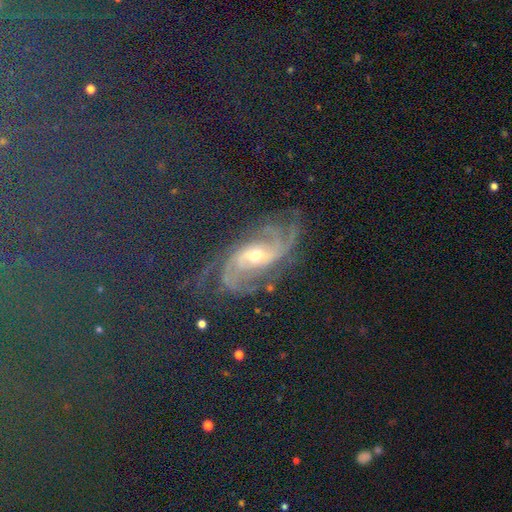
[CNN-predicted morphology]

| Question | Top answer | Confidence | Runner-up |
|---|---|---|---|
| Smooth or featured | featured or disk | 44% | star or artifact (38%) |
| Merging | none | 77% | minor disturbance (12%) |